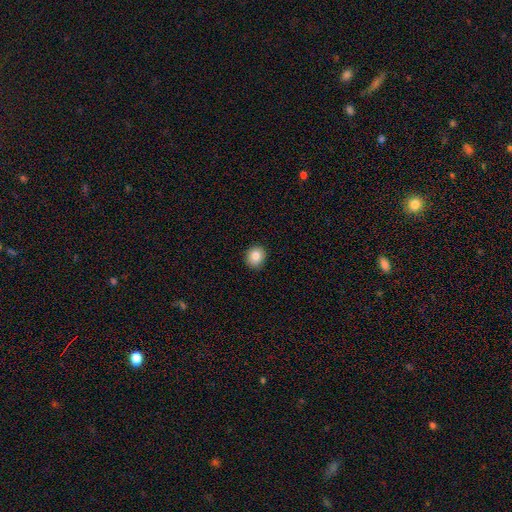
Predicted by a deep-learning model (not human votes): Q: Smooth or featured?
A: smooth (83%); runner-up: star or artifact (9%)
Q: How rounded?
A: round (81%); runner-up: in between (18%)
Q: Merging?
A: none (91%); runner-up: minor disturbance (7%)